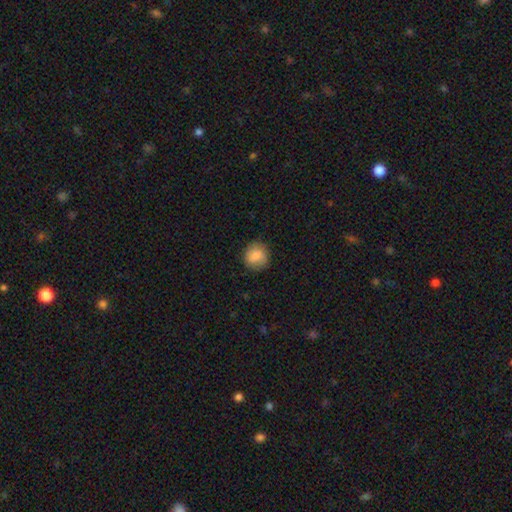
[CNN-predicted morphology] Overall: smooth (84%). How rounded: round (86%). Merging: none (85%).